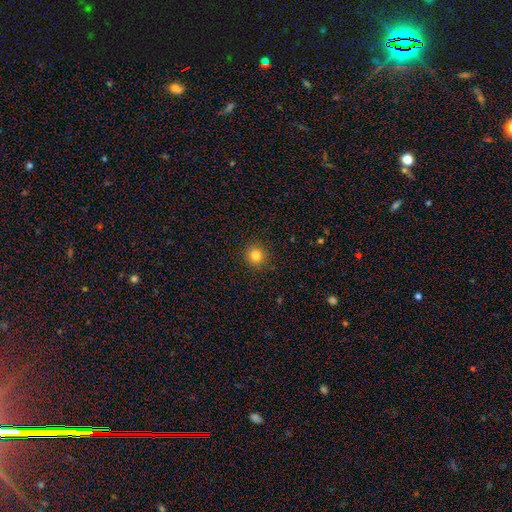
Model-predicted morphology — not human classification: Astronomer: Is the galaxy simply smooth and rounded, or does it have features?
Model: smooth — 82%.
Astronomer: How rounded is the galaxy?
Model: round — 91%.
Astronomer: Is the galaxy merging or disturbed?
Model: none — 91%.